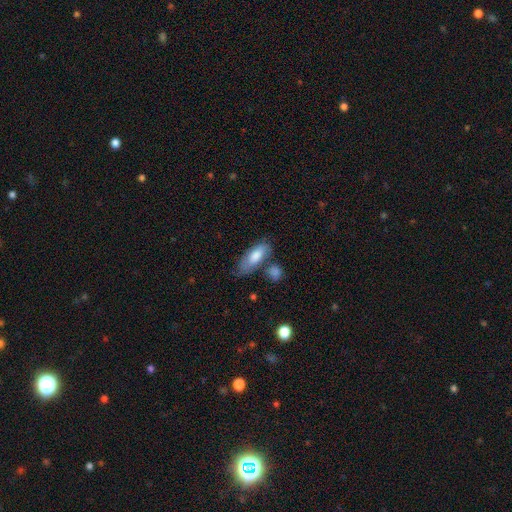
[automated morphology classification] A smooth galaxy with no disk features (74%) that is in between round and cigar-shaped (77%). Merging: none (57%).